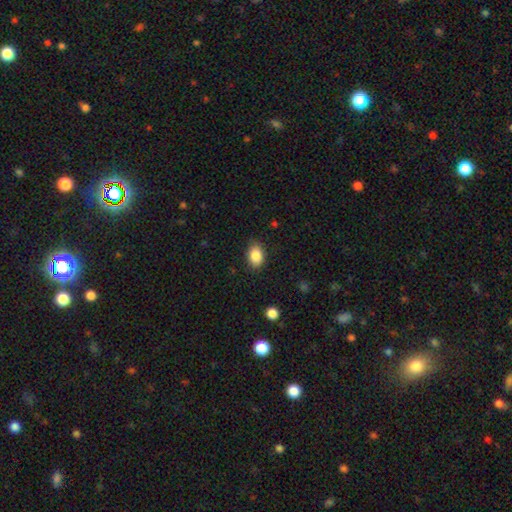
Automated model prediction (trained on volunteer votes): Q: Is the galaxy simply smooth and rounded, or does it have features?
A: smooth — 87%.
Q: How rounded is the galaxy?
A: in between — 79%.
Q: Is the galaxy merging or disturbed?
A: none — 83%.